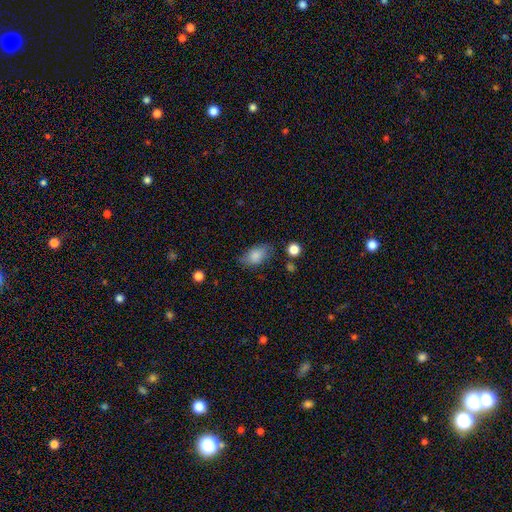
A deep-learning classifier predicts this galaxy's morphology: type=smooth (83%); roundness=in between (89%); merging=none (69%).